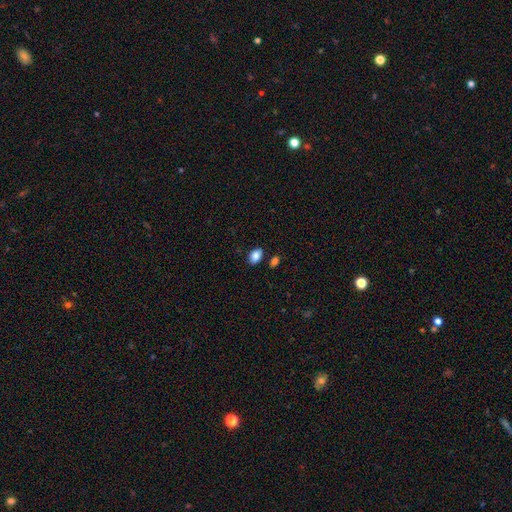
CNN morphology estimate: Q: Smooth or featured?
A: smooth (87%); runner-up: star or artifact (8%)
Q: How rounded?
A: in between (85%); runner-up: round (14%)
Q: Merging?
A: none (81%); runner-up: minor disturbance (11%)